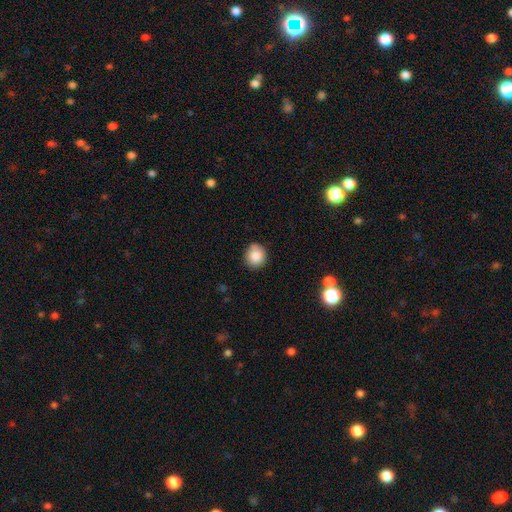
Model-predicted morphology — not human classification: This is clearly a smooth galaxy (85%). How rounded: clearly round (85%). Merging: likely none (79%).